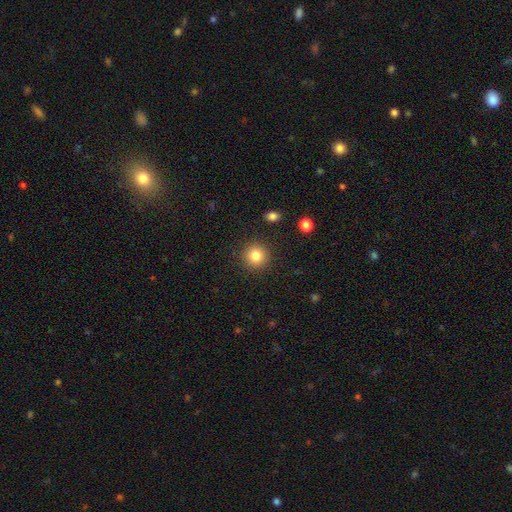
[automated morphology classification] A smooth galaxy with no disk features (82%) that is round (94%).

Vote fractions:
- Smooth or featured? smooth: 82% / star or artifact: 11% / featured or disk: 7%
- How rounded? round: 94% / in between: 5% / cigar-shaped: 1%
- Merging? none: 90% / minor disturbance: 6% / major disturbance: 2% / merger: 1%